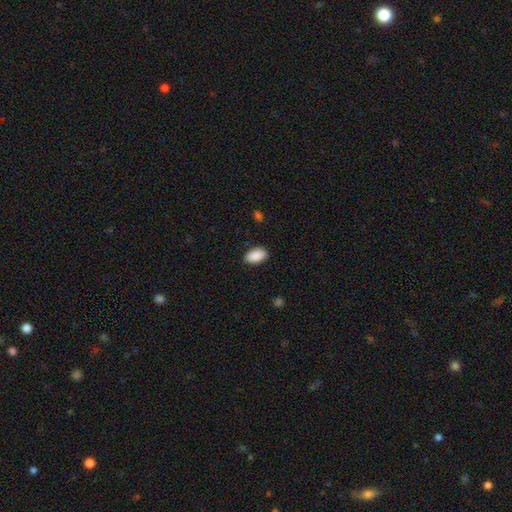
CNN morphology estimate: smooth_or_featured: smooth (p=0.90) [alt: star or artifact p=0.06]
how_rounded: in between (p=0.94) [alt: round p=0.04]
merging: none (p=0.87) [alt: minor disturbance p=0.10]